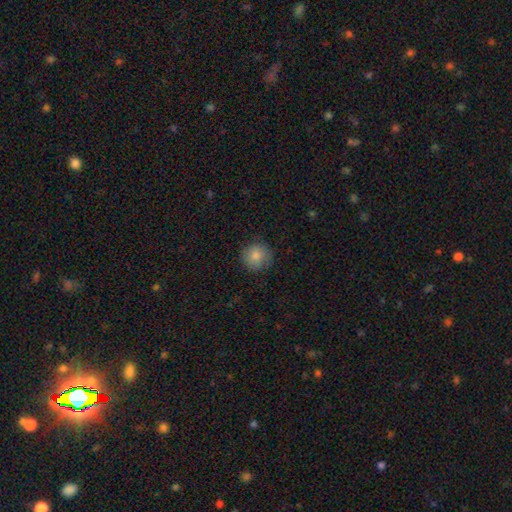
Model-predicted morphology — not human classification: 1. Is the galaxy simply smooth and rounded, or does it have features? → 84% smooth, 8% star or artifact, 7% featured or disk.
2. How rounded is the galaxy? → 93% round, 6% in between, 1% cigar-shaped.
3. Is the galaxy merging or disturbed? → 83% none, 13% minor disturbance, 3% major disturbance, 1% merger.